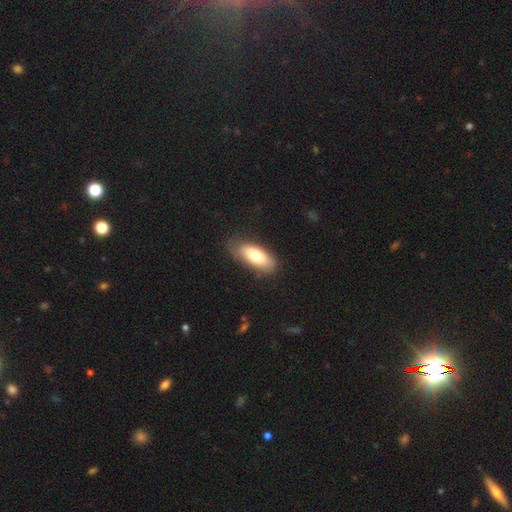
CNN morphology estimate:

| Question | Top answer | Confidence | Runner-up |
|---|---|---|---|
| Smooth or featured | smooth | 74% | featured or disk (20%) |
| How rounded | in between | 83% | cigar-shaped (15%) |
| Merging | none | 69% | minor disturbance (23%) |